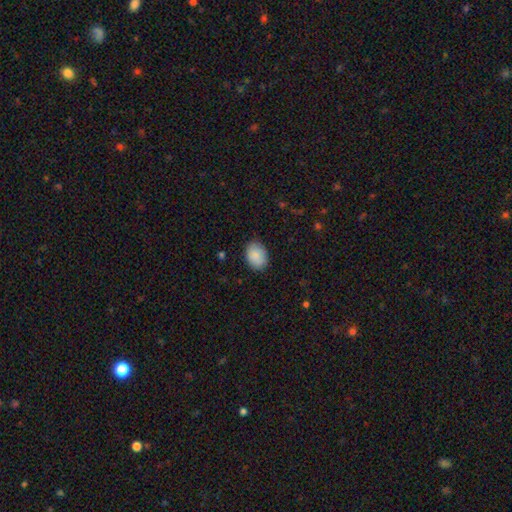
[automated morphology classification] This appears to be a smooth galaxy with no disk features (89%) that is in between round and cigar-shaped (70%). Merging: none (84%).